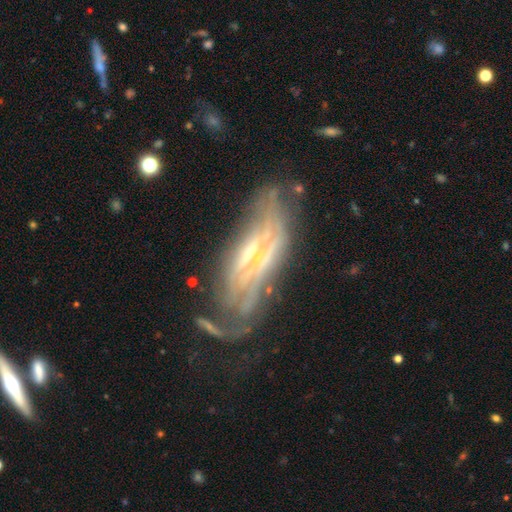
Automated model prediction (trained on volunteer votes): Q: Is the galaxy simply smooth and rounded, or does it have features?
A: featured or disk — 75%.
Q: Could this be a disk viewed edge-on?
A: no — 65%.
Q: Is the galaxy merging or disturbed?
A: none — 47%.